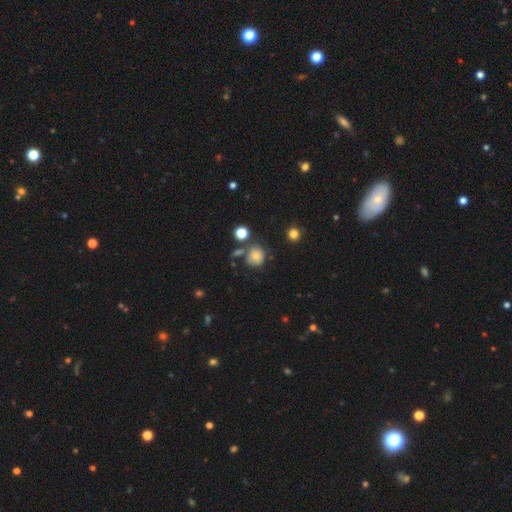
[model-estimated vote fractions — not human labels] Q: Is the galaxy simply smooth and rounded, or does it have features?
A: smooth — 76%.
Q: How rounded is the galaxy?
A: round — 81%.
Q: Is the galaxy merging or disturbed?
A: none — 64%.